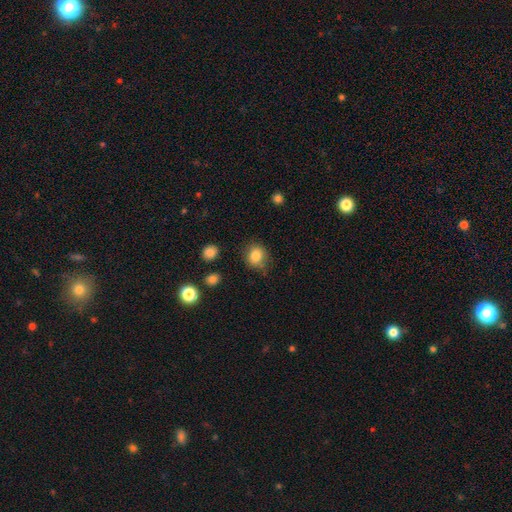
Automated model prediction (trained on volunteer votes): This is clearly a smooth galaxy (83%). How rounded: likely round (80%). Merging: likely none (78%).